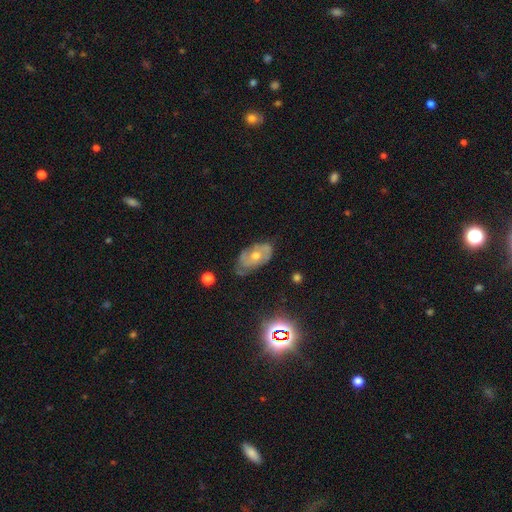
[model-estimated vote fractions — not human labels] Smooth or featured? Predicted: featured or disk (p=0.65). Edge-on disk? Predicted: no (p=0.92). Bar? Predicted: no (p=0.81). Spiral arms? Predicted: yes (p=0.72). Bulge size? Predicted: moderate (p=0.64). Merging? Predicted: none (p=0.64).